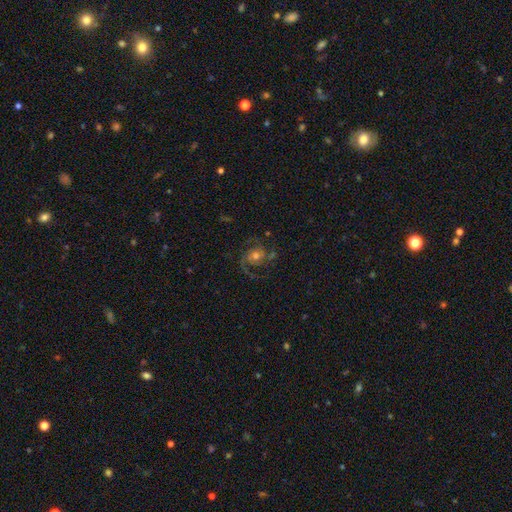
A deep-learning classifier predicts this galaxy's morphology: type=featured or disk (83%); edge-on=no (98%); bar=no (71%); spiral arms=yes (96%); winding=medium (53%); arm count=2 (73%); bulge=moderate (64%); merging=none (69%).